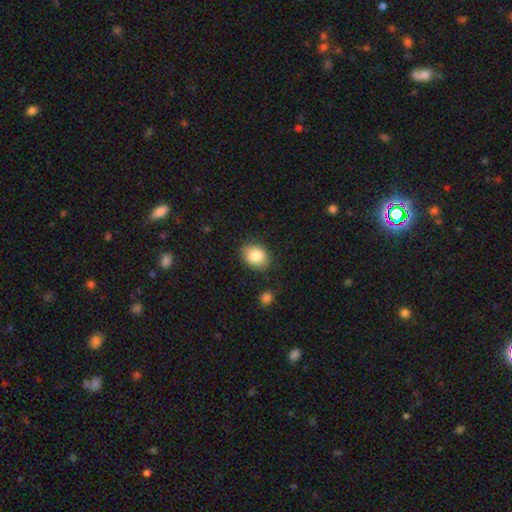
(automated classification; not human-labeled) Morphology: type=smooth (85%); roundness=in between (70%); merging=none (83%).